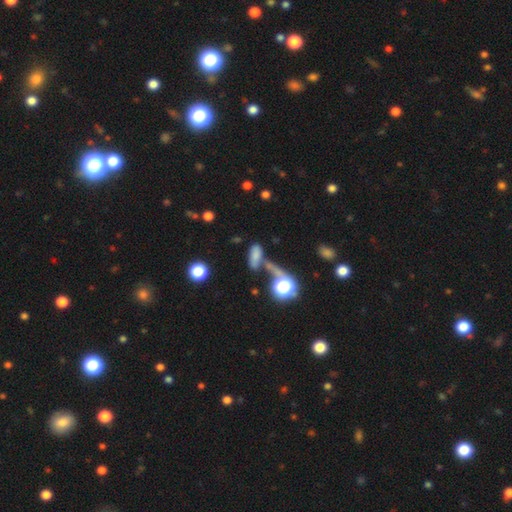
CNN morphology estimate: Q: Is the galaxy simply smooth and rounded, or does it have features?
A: smooth — 67%.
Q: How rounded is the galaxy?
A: in between — 75%.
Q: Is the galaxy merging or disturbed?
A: merger — 40%.